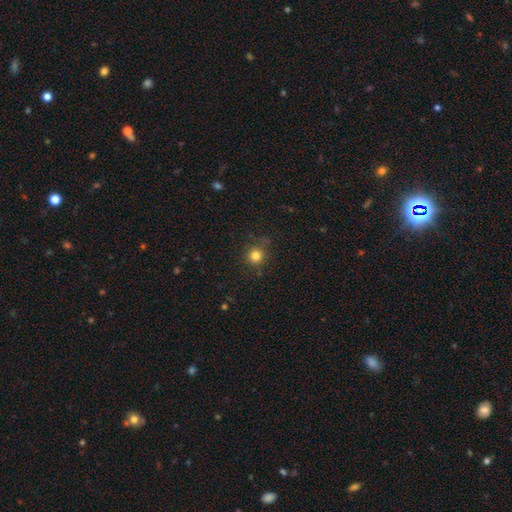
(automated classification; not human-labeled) This appears to be a smooth galaxy with no disk features (81%) that is round (93%). Merging: none (85%).